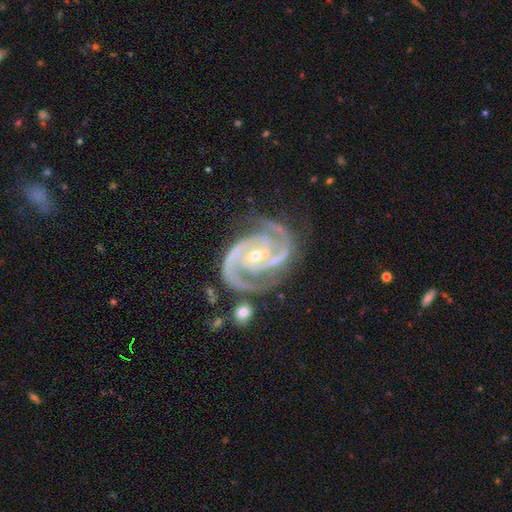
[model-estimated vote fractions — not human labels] Overall: featured or disk (94%). Edge-on disk: no (98%). Bar: weak (36%, tied with no). Spiral arms: yes (99%). Spiral arm count: 2 (69%). Spiral winding: tight (50%; medium 45%). Bulge size: small (66%; moderate 32%). Merging: none (67%).